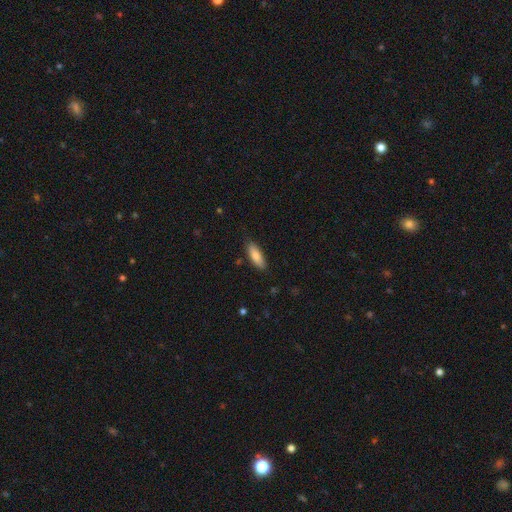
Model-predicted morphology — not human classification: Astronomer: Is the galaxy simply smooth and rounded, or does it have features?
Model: smooth — 81%.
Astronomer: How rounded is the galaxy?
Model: in between — 63%.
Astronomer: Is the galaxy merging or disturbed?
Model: none — 83%.